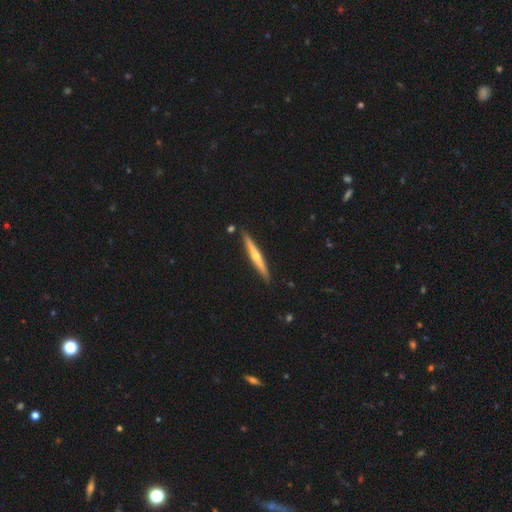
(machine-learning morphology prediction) This appears to be a featured or disk galaxy (68%) viewed edge-on (98%) with a rounded central bulge (83%). Merging: none (90%).